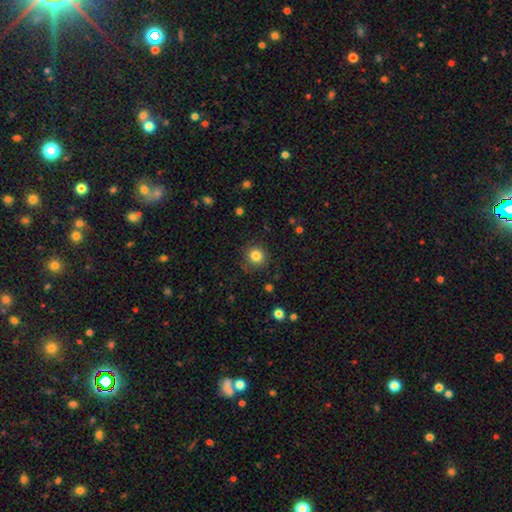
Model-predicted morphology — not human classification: This appears to be a smooth galaxy with no disk features (83%) that is round (91%). Merging: none (86%).